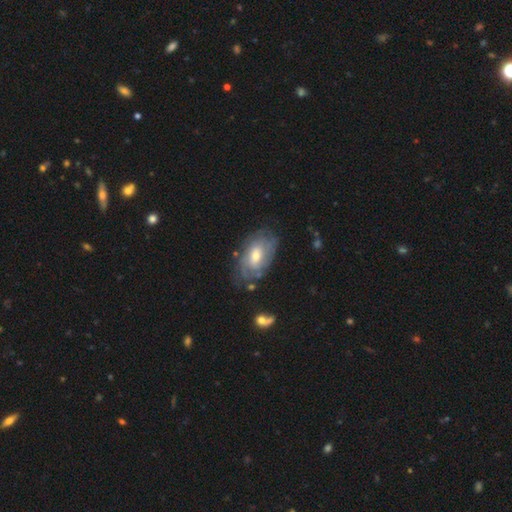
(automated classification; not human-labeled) Smooth or featured: featured or disk — 68% (smooth — 26%)
Edge-on disk: no — 94% (yes — 6%)
Bar: no — 57% (weak — 36%)
Spiral arms: yes — 80% (no — 20%)
Spiral winding: tight — 66% (medium — 25%)
Spiral arm count: can't tell — 61% (2 — 16%)
Bulge size: moderate — 61% (small — 31%)
Merging: none — 69% (minor disturbance — 20%)